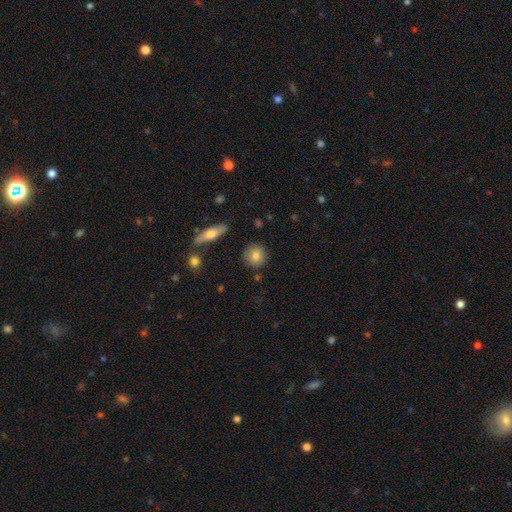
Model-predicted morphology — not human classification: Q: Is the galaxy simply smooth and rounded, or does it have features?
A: smooth — 81%.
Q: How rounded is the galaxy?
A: round — 89%.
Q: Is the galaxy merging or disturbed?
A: none — 88%.